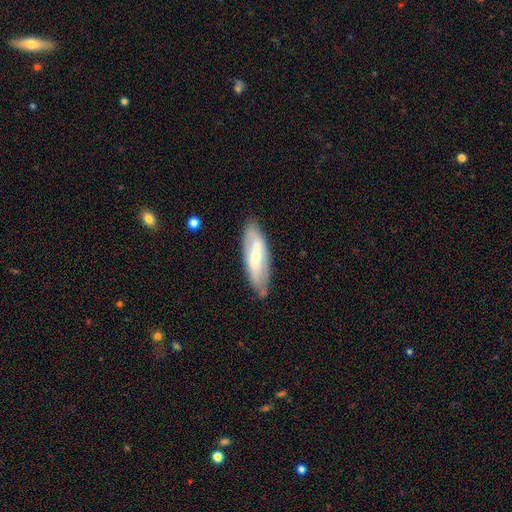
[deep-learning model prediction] This is possibly a featured or disk galaxy (57%). It is likely not viewed edge-on (70%). Merging: likely none (78%).